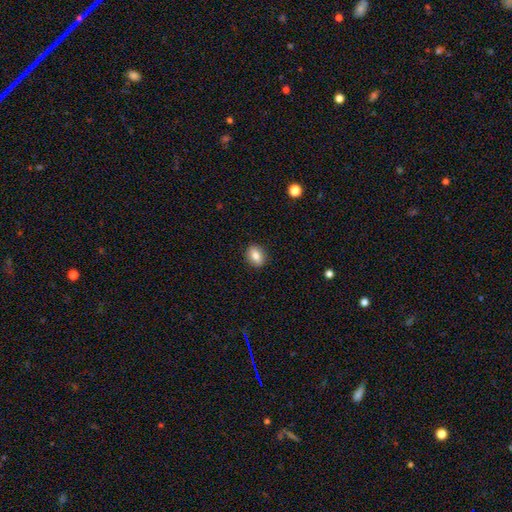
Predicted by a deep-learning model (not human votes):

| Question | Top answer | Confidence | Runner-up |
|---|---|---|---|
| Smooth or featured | smooth | 82% | featured or disk (9%) |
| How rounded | in between | 71% | round (27%) |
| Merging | none | 89% | minor disturbance (8%) |